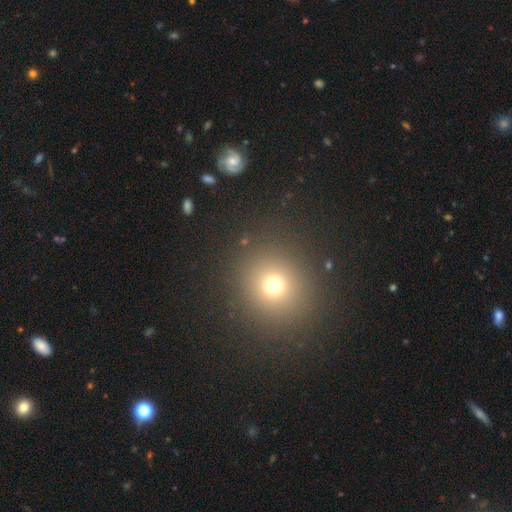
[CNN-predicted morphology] Smooth or featured?
  - smooth: 62% *
  - star or artifact: 30%
  - featured or disk: 7%
How rounded?
  - round: 89% *
  - in between: 10%
  - cigar-shaped: 1%
Merging?
  - none: 91% *
  - minor disturbance: 5%
  - major disturbance: 3%
  - merger: 1%